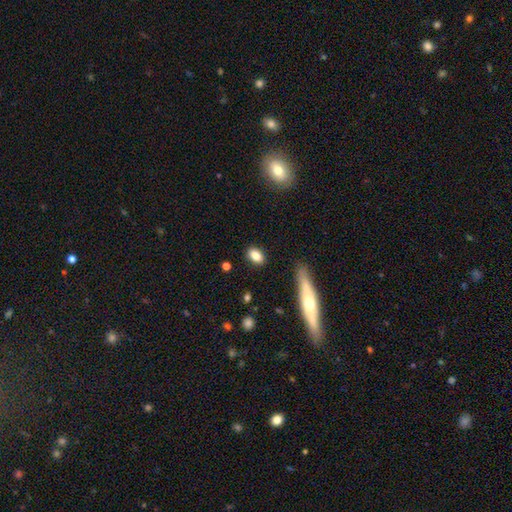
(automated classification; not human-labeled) Q: Smooth or featured?
A: smooth (83%); runner-up: featured or disk (9%)
Q: How rounded?
A: in between (79%); runner-up: round (18%)
Q: Merging?
A: none (86%); runner-up: minor disturbance (10%)